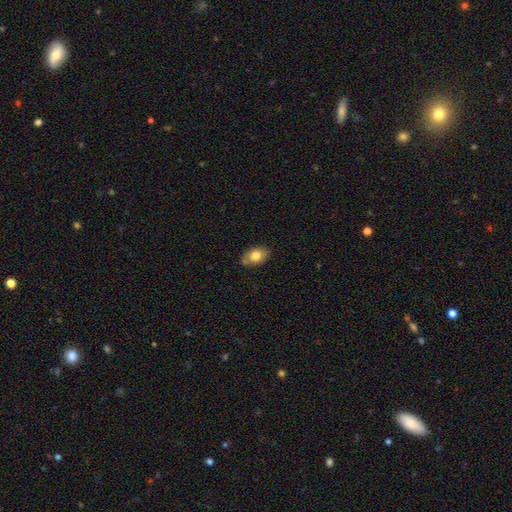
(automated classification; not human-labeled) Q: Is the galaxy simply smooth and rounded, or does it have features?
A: smooth — 77%.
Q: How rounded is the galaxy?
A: in between — 84%.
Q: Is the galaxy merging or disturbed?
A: none — 74%.